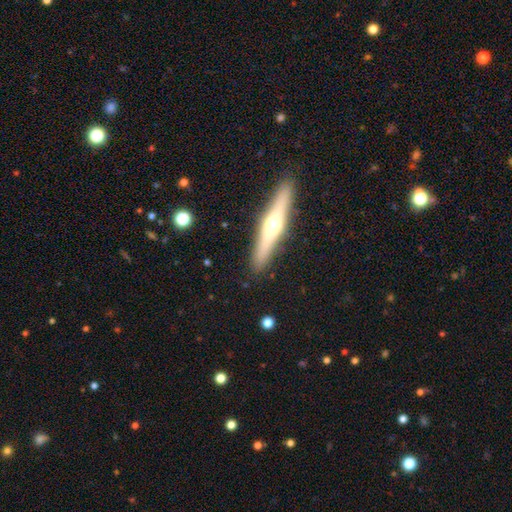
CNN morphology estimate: Smooth or featured? featured or disk (61%)
Edge-on disk? yes (94%)
Edge-on bulge? rounded (93%)
Merging? none (90%)